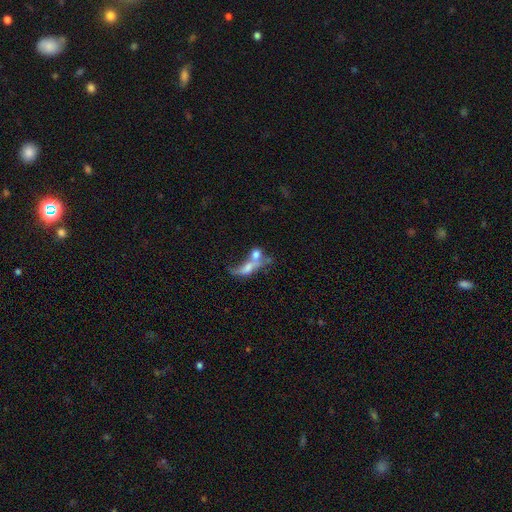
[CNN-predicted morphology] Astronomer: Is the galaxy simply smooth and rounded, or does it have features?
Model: smooth — 48% (runner-up: featured or disk, 40%).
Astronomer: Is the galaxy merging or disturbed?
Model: merger — 58%.